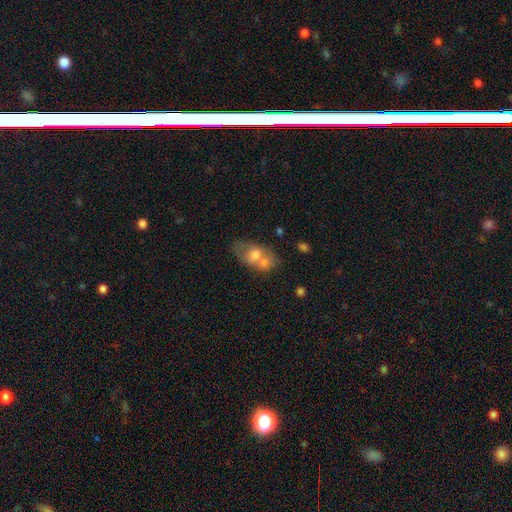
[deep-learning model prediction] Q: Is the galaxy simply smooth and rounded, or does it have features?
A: smooth — 55%.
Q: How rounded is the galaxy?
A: in between — 77%.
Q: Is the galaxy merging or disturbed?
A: merger — 47%.